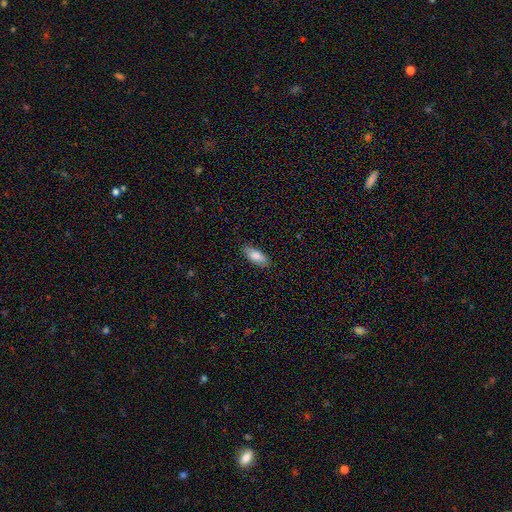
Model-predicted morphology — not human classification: Smooth or featured?
  - smooth: 83% *
  - featured or disk: 11%
  - star or artifact: 6%
How rounded?
  - in between: 81% *
  - cigar-shaped: 17%
  - round: 2%
Merging?
  - none: 84% *
  - minor disturbance: 12%
  - major disturbance: 2%
  - merger: 1%